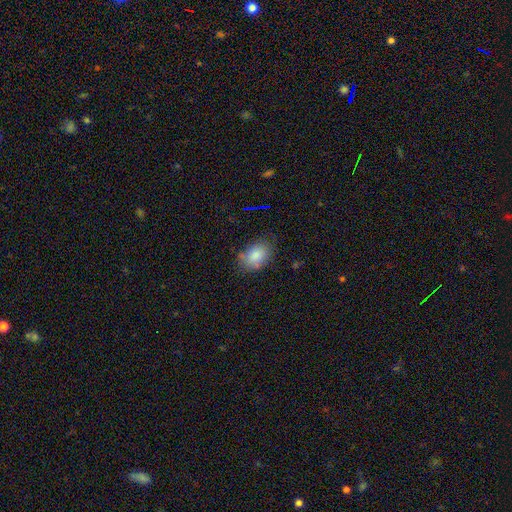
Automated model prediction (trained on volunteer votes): smooth 83%, star or artifact 9%, featured or disk 8%. Down the decision tree: how rounded — in between (85%); merging — none (68%).